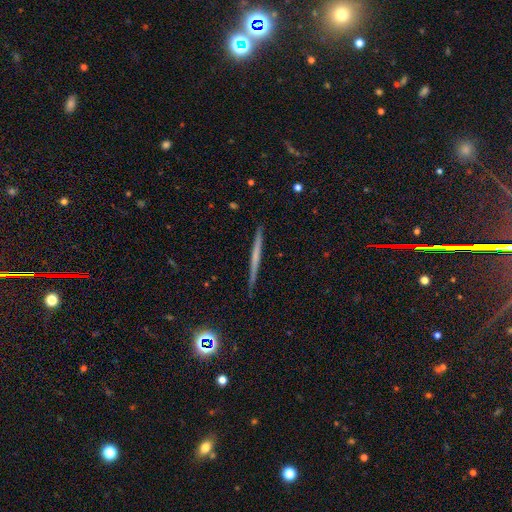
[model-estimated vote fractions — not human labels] Smooth or featured? featured or disk (53%)
Edge-on disk? yes (98%)
Edge-on bulge? none (85%)
Merging? none (90%)